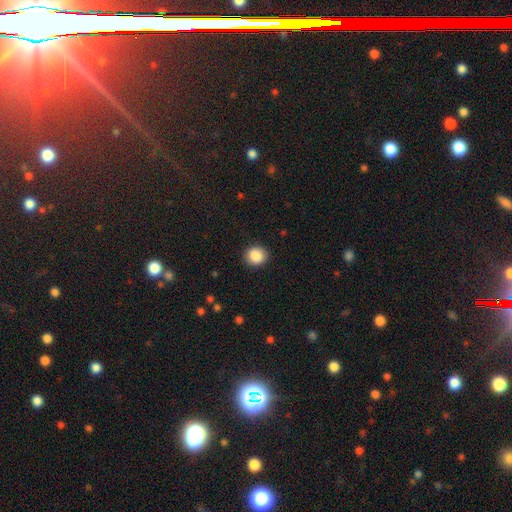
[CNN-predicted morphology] Smooth or featured? smooth (88%)
How rounded? round (84%)
Merging? none (89%)